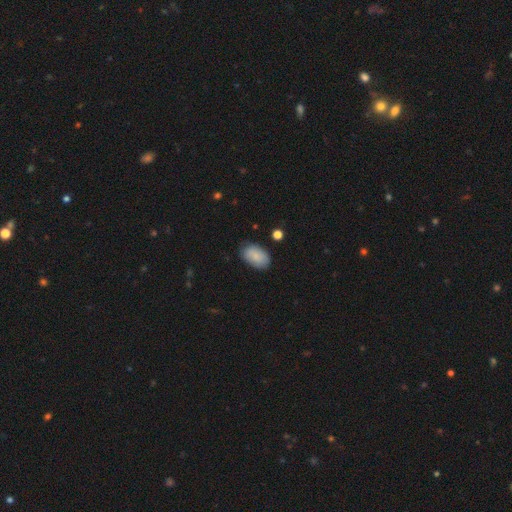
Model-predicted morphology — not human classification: This is clearly a smooth galaxy (86%). How rounded: clearly in between (93%). Merging: clearly none (80%).